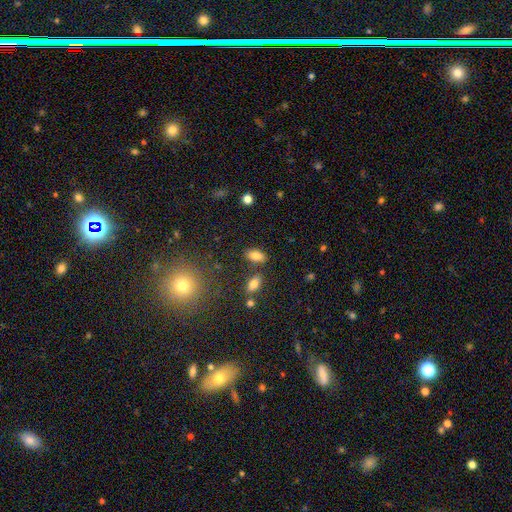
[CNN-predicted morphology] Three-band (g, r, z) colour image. It shows a smooth galaxy with no disk features (80%) that is in between round and cigar-shaped (91%). Merging: none (77%).